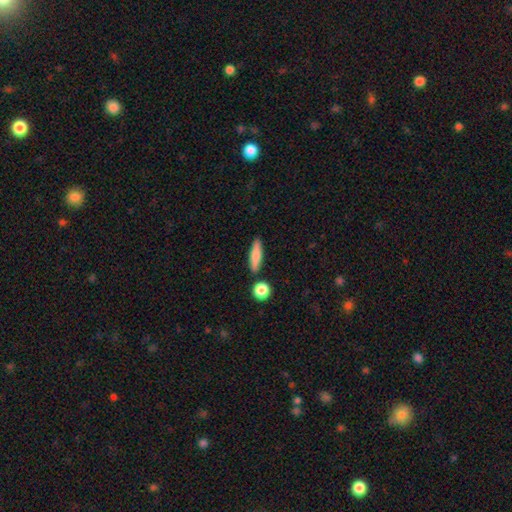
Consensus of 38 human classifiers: Morphology: type=smooth (63%); roundness=cigar-shaped (79%); merging=none (86%).